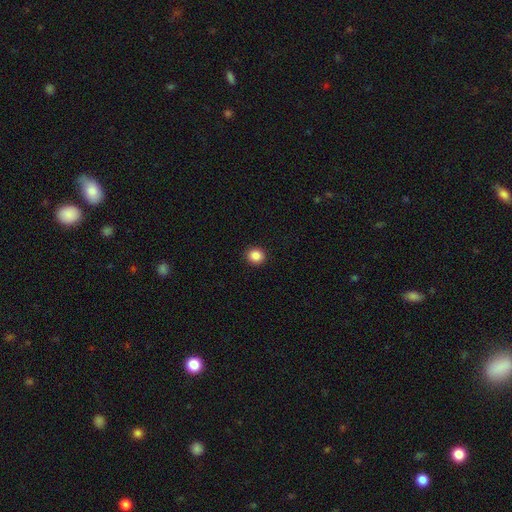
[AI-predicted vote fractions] Overall: smooth (87%). How rounded: round (88%). Merging: none (93%).